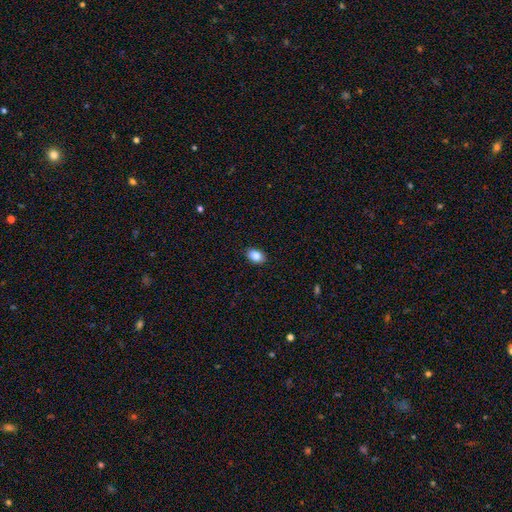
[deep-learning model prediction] The model was most divided on "how rounded": in between: 84%, round: 14%, cigar-shaped: 1%. More confident: merging — none (90%); smooth or featured — smooth (87%).